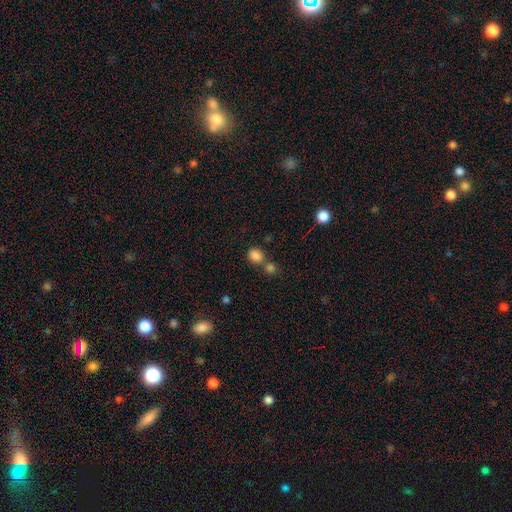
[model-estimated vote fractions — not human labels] smooth_or_featured: smooth (p=0.83) [alt: star or artifact p=0.12]
how_rounded: round (p=0.65) [alt: in between p=0.34]
merging: none (p=0.56) [alt: merger p=0.31]